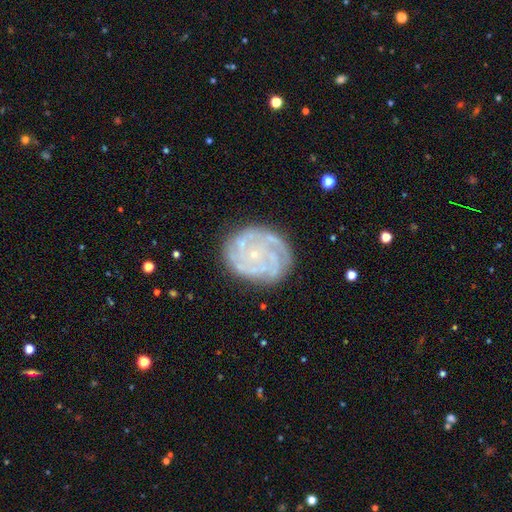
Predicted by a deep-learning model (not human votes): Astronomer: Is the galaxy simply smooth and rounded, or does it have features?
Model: featured or disk — 83%.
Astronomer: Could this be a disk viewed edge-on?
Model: no — 98%.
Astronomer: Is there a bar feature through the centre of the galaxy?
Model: no — 80%.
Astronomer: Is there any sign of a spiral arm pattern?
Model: yes — 97%.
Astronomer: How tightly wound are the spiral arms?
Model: tight — 76%.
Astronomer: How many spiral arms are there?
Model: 4 — 30% (runner-up: can't tell, 22%).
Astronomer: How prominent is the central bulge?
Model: small — 85%.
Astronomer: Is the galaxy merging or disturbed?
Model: none — 81%.